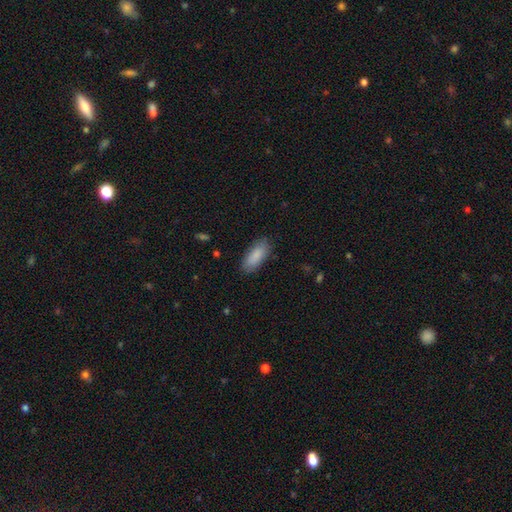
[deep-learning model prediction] This appears to be a smooth galaxy with no disk features (87%) that is in between round and cigar-shaped (80%). Merging: none (85%).